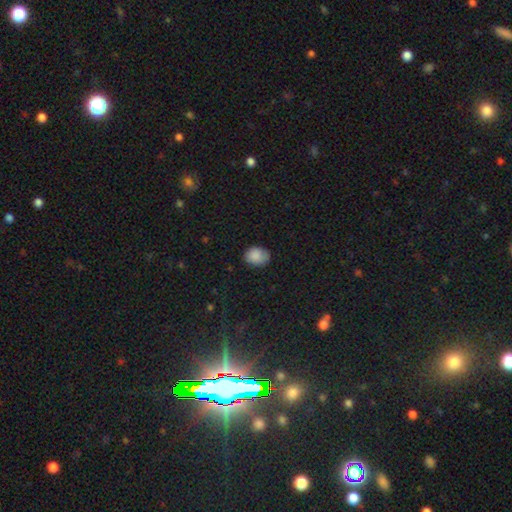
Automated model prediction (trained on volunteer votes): smooth-or-featured: smooth: 87% | star or artifact: 8% | featured or disk: 6%
  how-rounded: in between: 62% | round: 37% | cigar-shaped: 1%
  merging: none: 73% | minor disturbance: 22% | major disturbance: 4% | merger: 1%